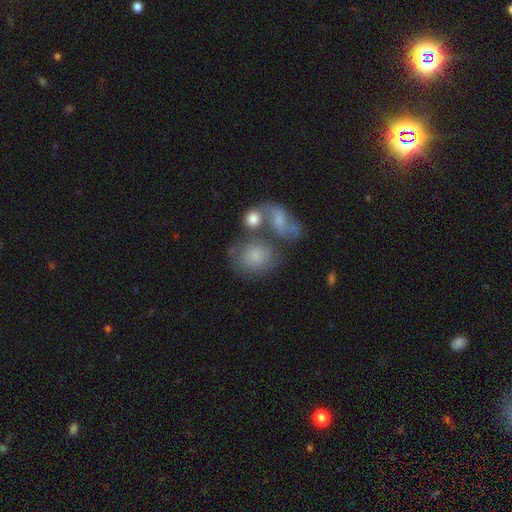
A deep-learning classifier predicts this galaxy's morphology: Smooth or featured? Predicted: smooth (p=0.67). How rounded? Predicted: round (p=0.68). Merging? Predicted: merger (p=0.39).